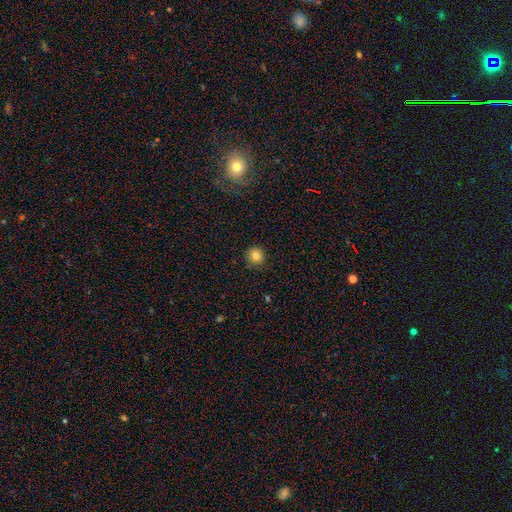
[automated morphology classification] The model was most divided on "smooth or featured": smooth: 82%, star or artifact: 11%, featured or disk: 7%. More confident: how rounded — round (92%); merging — none (88%).